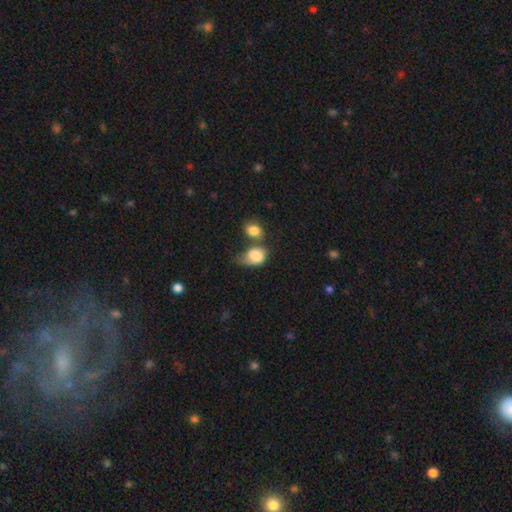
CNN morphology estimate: type=smooth (81%); roundness=in between (68%); merging=merger (37%).